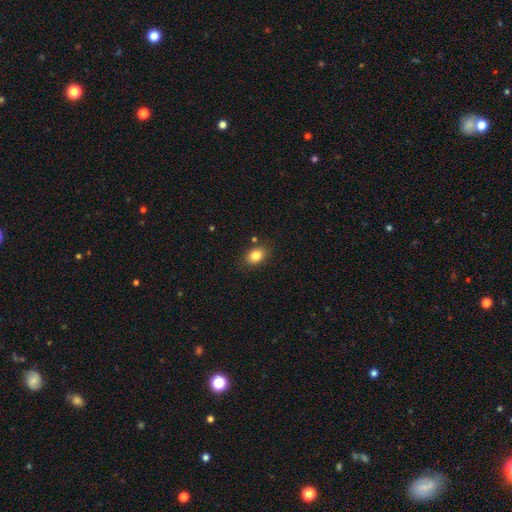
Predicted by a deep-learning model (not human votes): smooth-or-featured: smooth: 84% | star or artifact: 9% | featured or disk: 7%
  how-rounded: in between: 71% | round: 27% | cigar-shaped: 1%
  merging: none: 83% | minor disturbance: 11% | merger: 3% | major disturbance: 3%